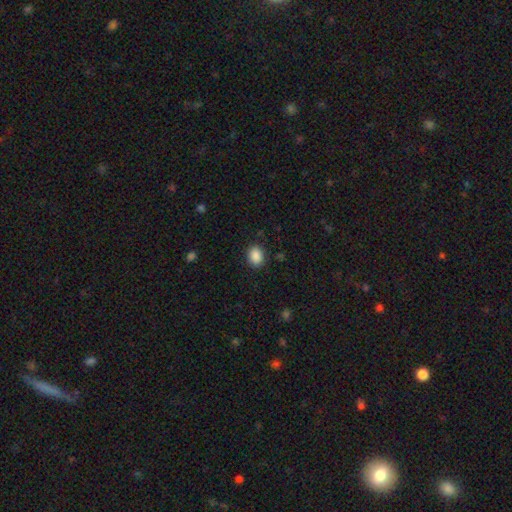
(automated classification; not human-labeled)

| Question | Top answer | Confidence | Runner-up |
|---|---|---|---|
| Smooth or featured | smooth | 89% | star or artifact (8%) |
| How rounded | in between | 60% | round (39%) |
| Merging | none | 87% | minor disturbance (9%) |